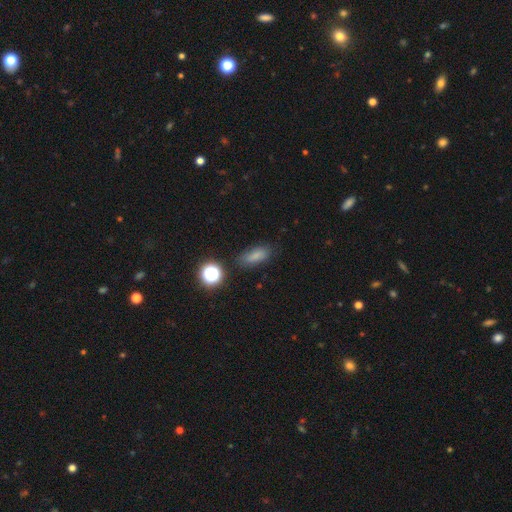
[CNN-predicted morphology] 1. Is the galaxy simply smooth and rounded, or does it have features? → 77% smooth, 15% star or artifact, 9% featured or disk.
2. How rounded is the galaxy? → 76% in between, 16% cigar-shaped, 8% round.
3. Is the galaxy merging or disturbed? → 77% none, 16% minor disturbance, 4% major disturbance, 3% merger.